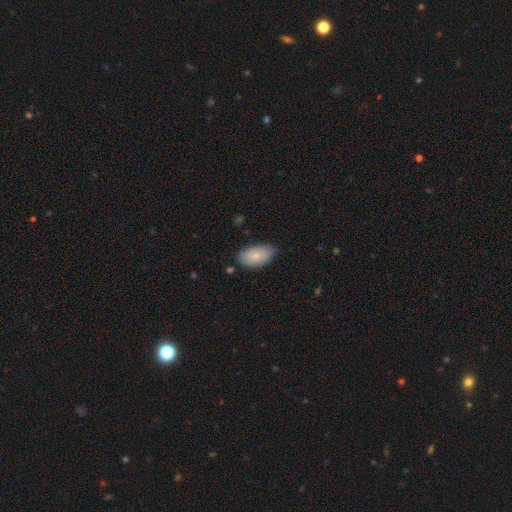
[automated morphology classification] smooth 79%, featured or disk 15%, star or artifact 6%. Down the decision tree: how rounded — in between (94%); merging — none (79%).